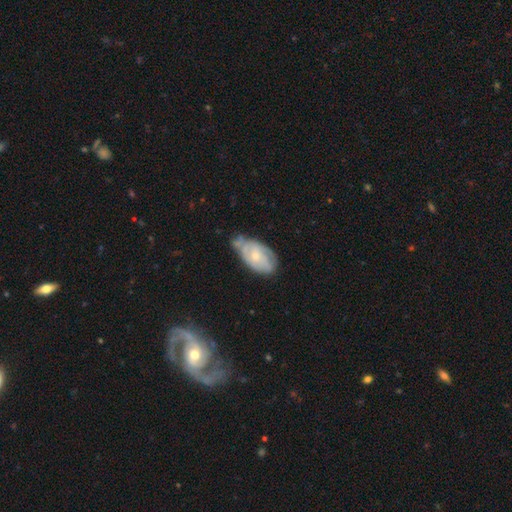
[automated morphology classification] The model was most divided on "merging": none: 46%, minor disturbance: 36%, major disturbance: 11%, merger: 7%. More confident: edge-on disk — no (93%); bar — no (73%); spiral arms — yes (66%); bulge size — small (64%); smooth or featured — featured or disk (57%).